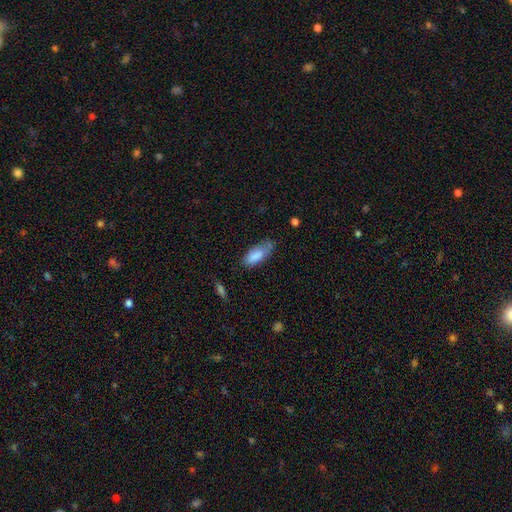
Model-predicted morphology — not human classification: Smooth or featured? smooth (82%)
How rounded? in between (79%)
Merging? none (54%)